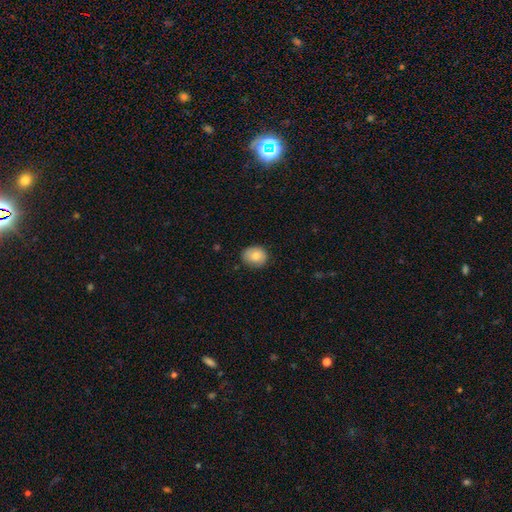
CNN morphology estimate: smooth-or-featured: smooth: 80% | featured or disk: 12% | star or artifact: 8%
  how-rounded: round: 61% | in between: 38% | cigar-shaped: 1%
  merging: none: 81% | minor disturbance: 15% | major disturbance: 3% | merger: 1%